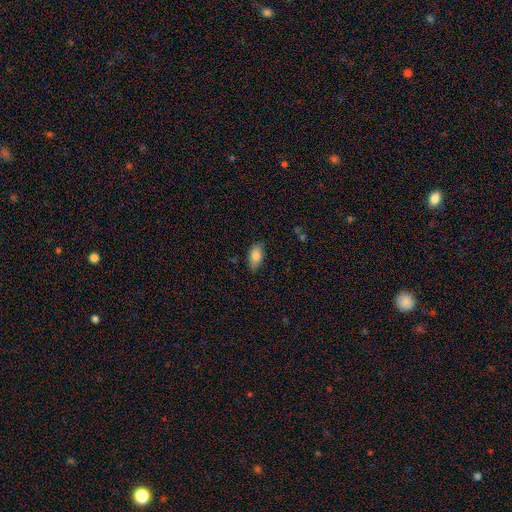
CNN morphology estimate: smooth_or_featured: smooth (p=0.83) [alt: featured or disk p=0.10]
how_rounded: in between (p=0.91) [alt: cigar-shaped p=0.05]
merging: none (p=0.81) [alt: minor disturbance p=0.15]